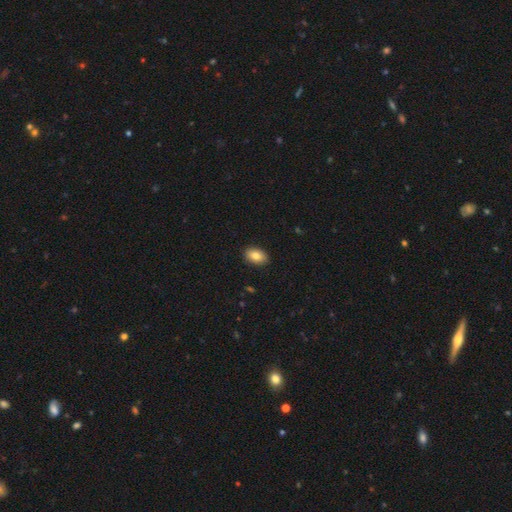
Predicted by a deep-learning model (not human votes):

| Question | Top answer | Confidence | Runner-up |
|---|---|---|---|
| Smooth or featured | smooth | 82% | featured or disk (10%) |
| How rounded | in between | 86% | round (13%) |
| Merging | none | 90% | minor disturbance (8%) |